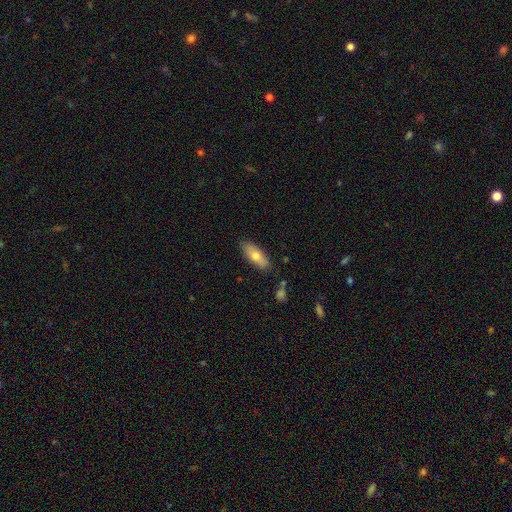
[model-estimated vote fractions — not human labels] Overall: smooth (70%). How rounded: in between (69%; cigar-shaped 29%). Merging: none (85%).